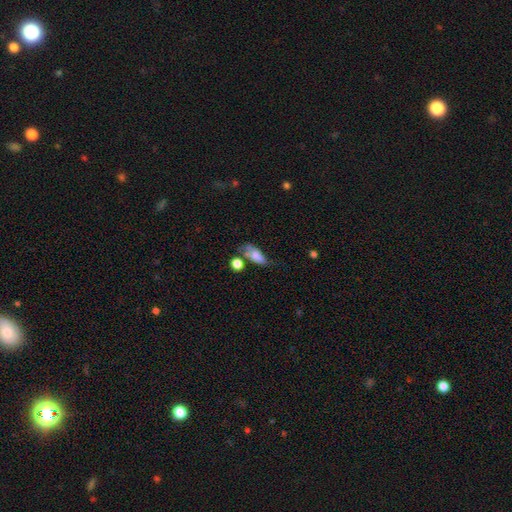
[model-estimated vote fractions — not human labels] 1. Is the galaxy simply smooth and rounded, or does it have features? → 66% smooth, 23% featured or disk, 10% star or artifact.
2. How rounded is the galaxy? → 81% in between, 11% cigar-shaped, 8% round.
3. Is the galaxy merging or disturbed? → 29% none, 25% minor disturbance, 23% major disturbance, 22% merger.